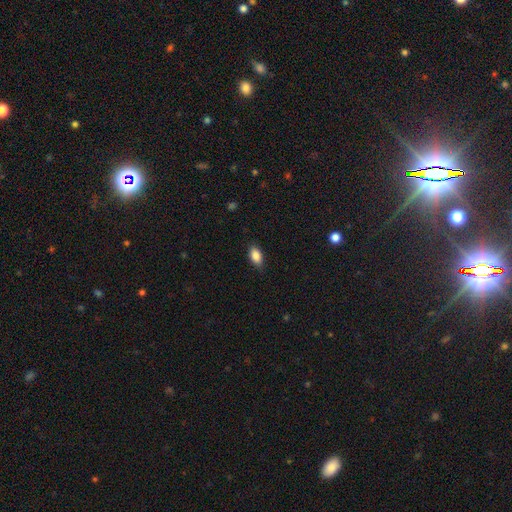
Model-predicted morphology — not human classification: smooth 87%, star or artifact 7%, featured or disk 6%. Down the decision tree: how rounded — in between (91%); merging — none (85%).